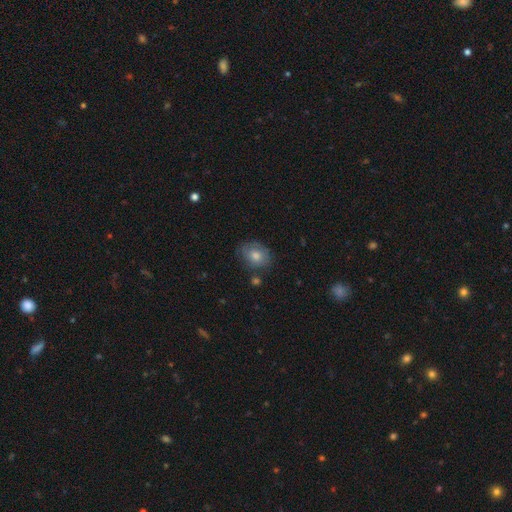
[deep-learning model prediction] A smooth galaxy with no disk features (66%) that is in between round and cigar-shaped (56%). Merging: none (73%).